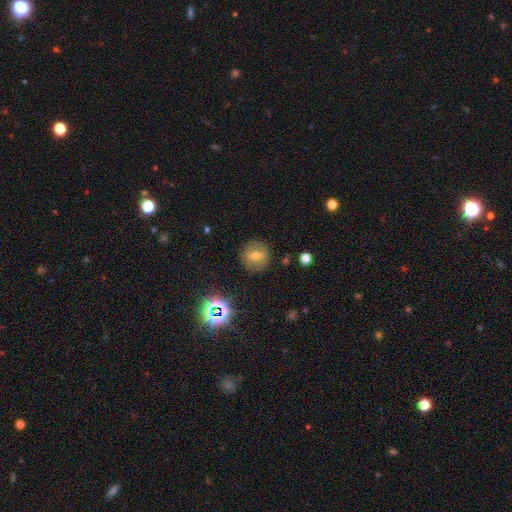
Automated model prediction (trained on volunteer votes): A smooth galaxy with no disk features (55%) that is round (88%).

Vote fractions:
- Smooth or featured? smooth: 55% / featured or disk: 29% / star or artifact: 16%
- How rounded? round: 88% / in between: 11% / cigar-shaped: 1%
- Merging? none: 87% / minor disturbance: 9% / major disturbance: 3% / merger: 2%